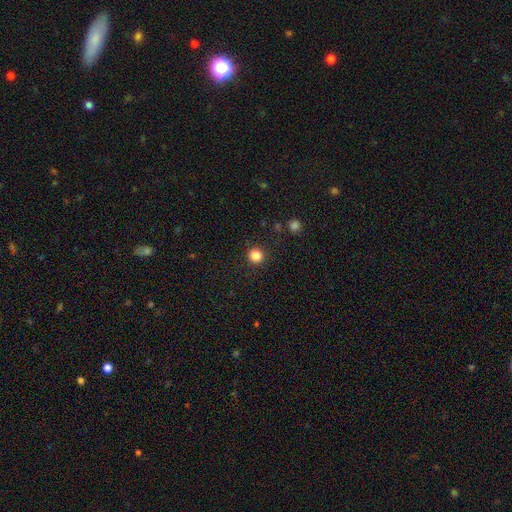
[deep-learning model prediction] Smooth or featured?
  - smooth: 84% *
  - star or artifact: 13%
  - featured or disk: 4%
How rounded?
  - round: 94% *
  - in between: 5%
  - cigar-shaped: 1%
Merging?
  - none: 92% *
  - minor disturbance: 5%
  - major disturbance: 2%
  - merger: 1%